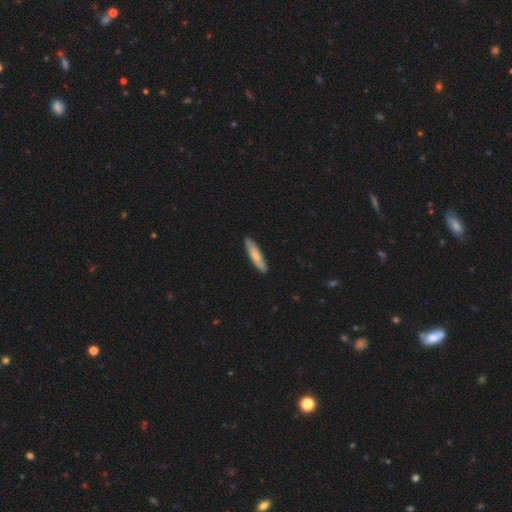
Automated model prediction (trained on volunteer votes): Smooth or featured? Predicted: smooth (p=0.73). How rounded? Predicted: cigar-shaped (p=0.81). Merging? Predicted: none (p=0.88).